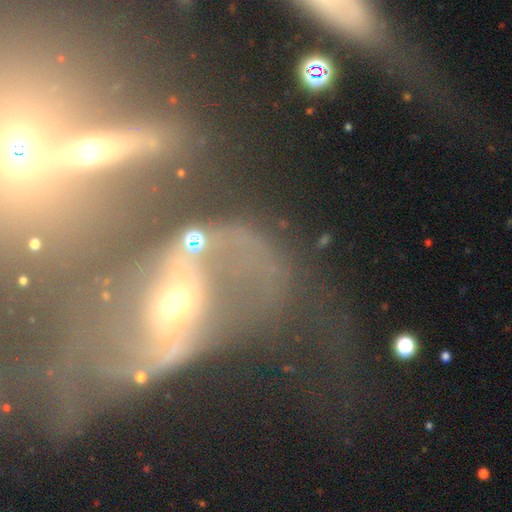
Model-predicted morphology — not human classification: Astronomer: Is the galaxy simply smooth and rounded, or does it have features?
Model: featured or disk — 58%.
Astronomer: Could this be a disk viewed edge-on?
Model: no — 90%.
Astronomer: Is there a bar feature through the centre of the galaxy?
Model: no — 45% (runner-up: strong, 28%).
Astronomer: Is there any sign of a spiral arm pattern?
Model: yes — 60% (runner-up: no, 40%).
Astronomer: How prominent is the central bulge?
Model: moderate — 47% (runner-up: small, 40%).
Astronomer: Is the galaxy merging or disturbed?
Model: none — 32% (runner-up: merger, 29%).